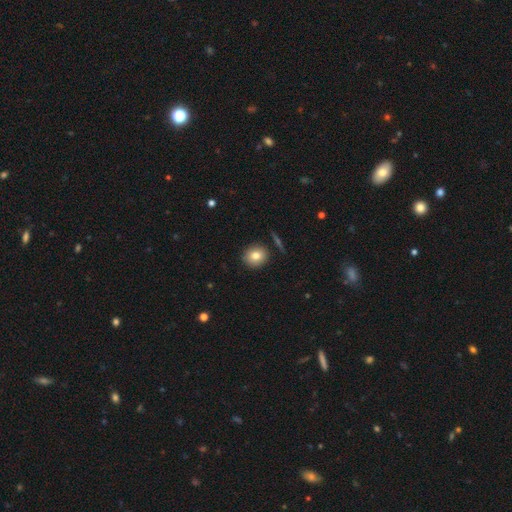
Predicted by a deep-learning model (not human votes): A smooth galaxy with no disk features (80%) that is round (84%). Merging: none (87%).